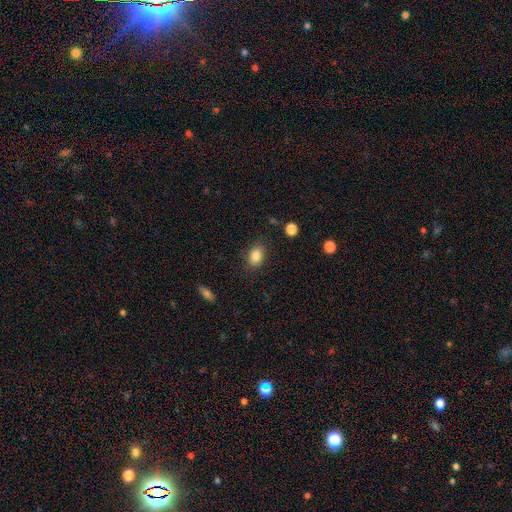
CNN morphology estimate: Smooth or featured? smooth (84%)
How rounded? in between (75%)
Merging? none (82%)